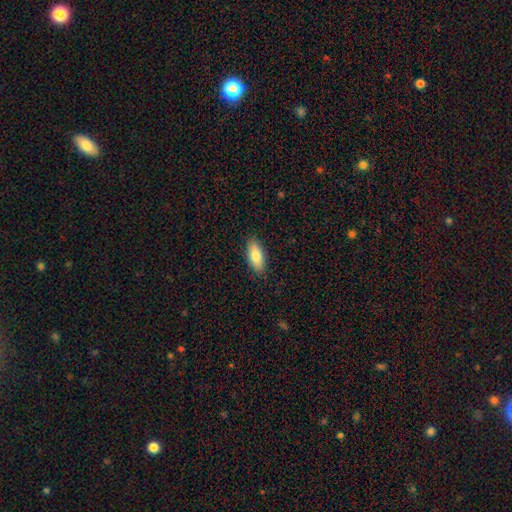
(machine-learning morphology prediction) Overall: smooth (82%). How rounded: in between (85%). Merging: none (88%).